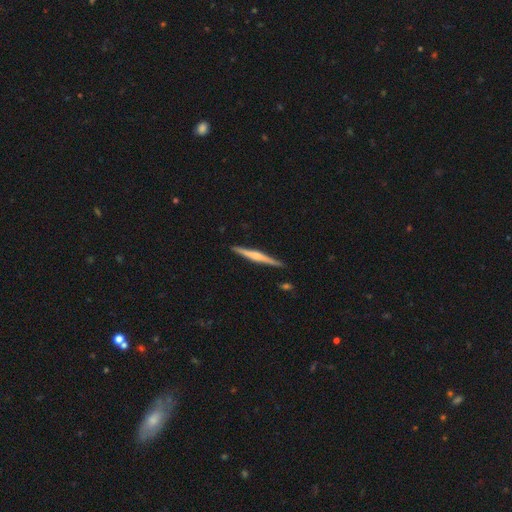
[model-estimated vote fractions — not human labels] Overall: featured or disk (66%; smooth 29%). Edge-on disk: yes (98%). Edge-on bulge: rounded (64%). Merging: none (90%).